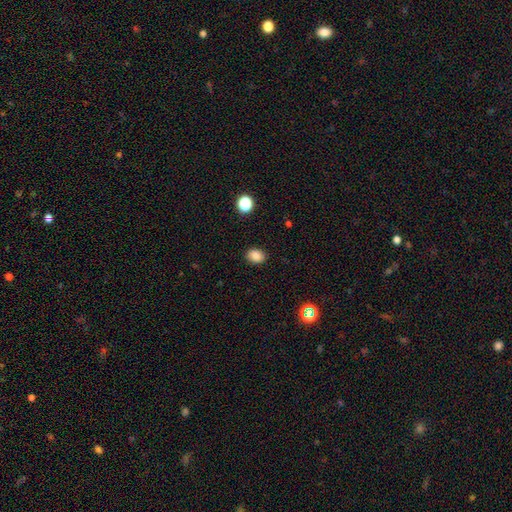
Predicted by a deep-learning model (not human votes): Smooth or featured?
  - smooth: 85% *
  - star or artifact: 11%
  - featured or disk: 4%
How rounded?
  - in between: 61% *
  - round: 38%
  - cigar-shaped: 1%
Merging?
  - none: 89% *
  - minor disturbance: 8%
  - major disturbance: 2%
  - merger: 1%